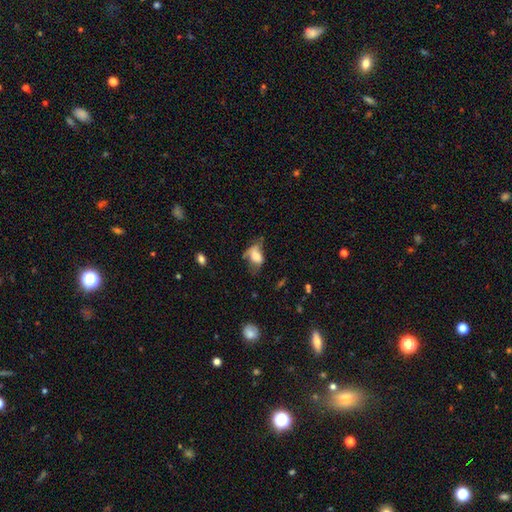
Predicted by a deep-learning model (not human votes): smooth_or_featured: smooth (p=0.65) [alt: featured or disk p=0.25]
how_rounded: in between (p=0.85) [alt: round p=0.13]
merging: major disturbance (p=0.36) [alt: none p=0.30]